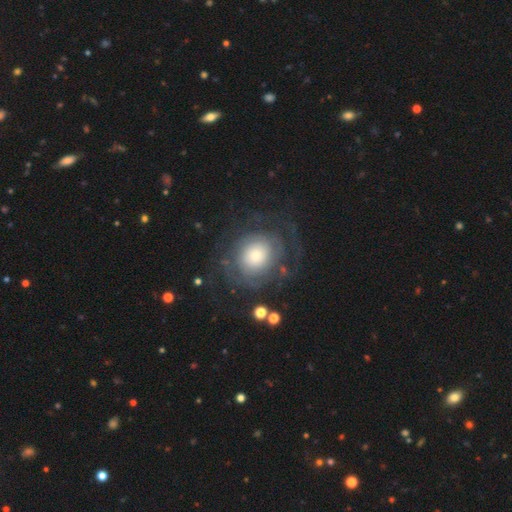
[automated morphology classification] Smooth or featured? featured or disk (66%)
Edge-on disk? no (97%)
Bar? no (84%)
Spiral arms? yes (82%)
Spiral winding? tight (60%)
Spiral arm count? can't tell (43%)
Bulge size? large (35%)
Merging? none (64%)